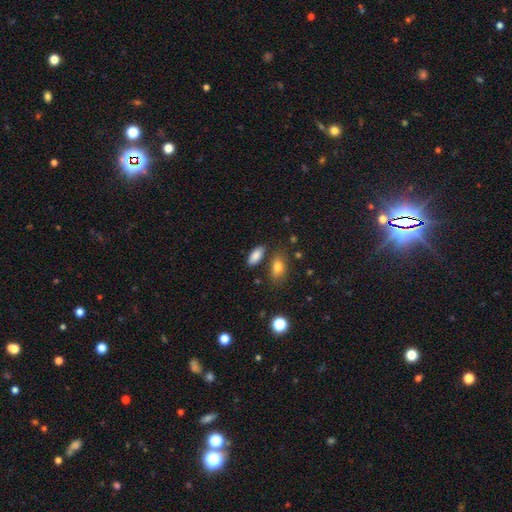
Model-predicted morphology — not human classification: Q: Smooth or featured?
A: smooth (86%); runner-up: star or artifact (7%)
Q: How rounded?
A: in between (86%); runner-up: cigar-shaped (11%)
Q: Merging?
A: none (77%); runner-up: minor disturbance (12%)